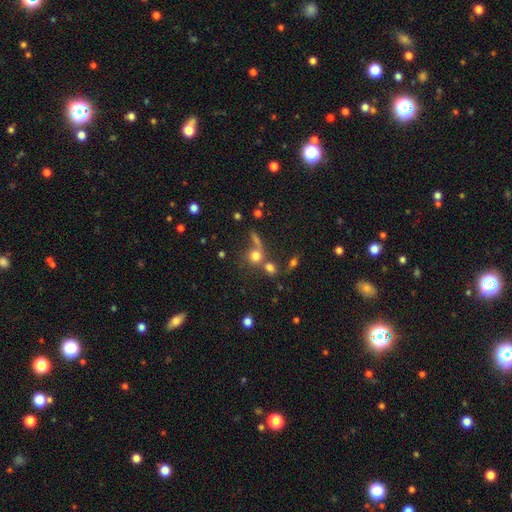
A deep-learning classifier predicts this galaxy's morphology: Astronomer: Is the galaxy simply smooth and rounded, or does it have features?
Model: smooth — 72%.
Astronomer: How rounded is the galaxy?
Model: round — 78%.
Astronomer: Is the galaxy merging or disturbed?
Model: none — 42% (runner-up: merger, 36%).